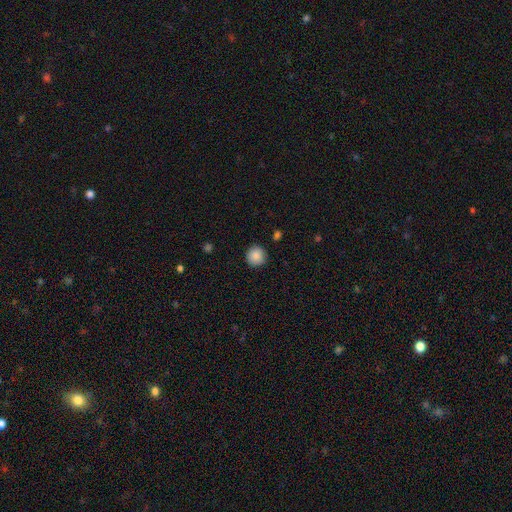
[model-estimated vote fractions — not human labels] The model was most divided on "smooth or featured": smooth: 88%, star or artifact: 8%, featured or disk: 4%. More confident: how rounded — round (95%); merging — none (91%).